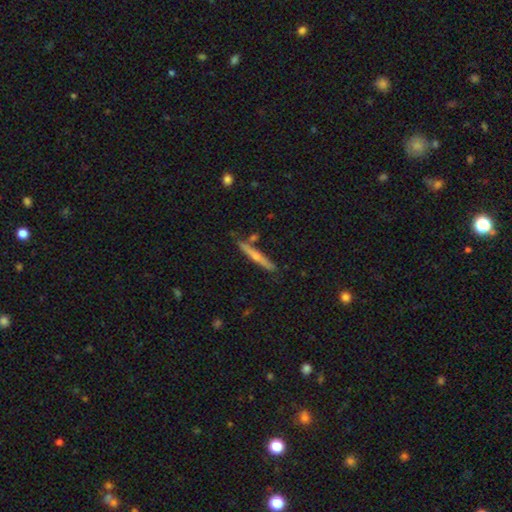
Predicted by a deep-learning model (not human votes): Q: Smooth or featured?
A: featured or disk (58%); runner-up: smooth (36%)
Q: Edge-on disk?
A: yes (96%); runner-up: no (4%)
Q: Edge-on bulge?
A: rounded (77%); runner-up: none (19%)
Q: Merging?
A: none (83%); runner-up: minor disturbance (10%)